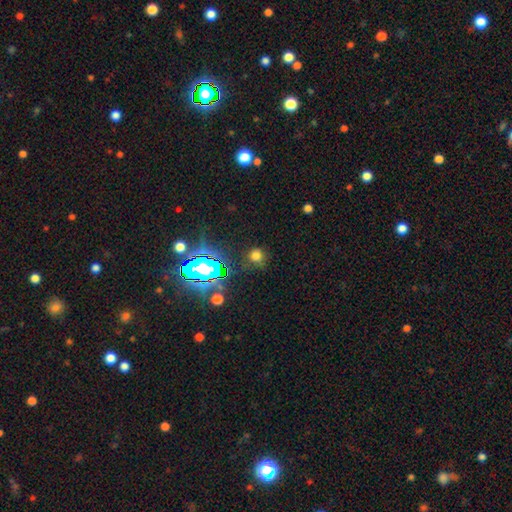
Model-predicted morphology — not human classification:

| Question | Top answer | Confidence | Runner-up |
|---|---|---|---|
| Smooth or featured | smooth | 65% | star or artifact (28%) |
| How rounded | round | 87% | in between (12%) |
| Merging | none | 80% | minor disturbance (12%) |